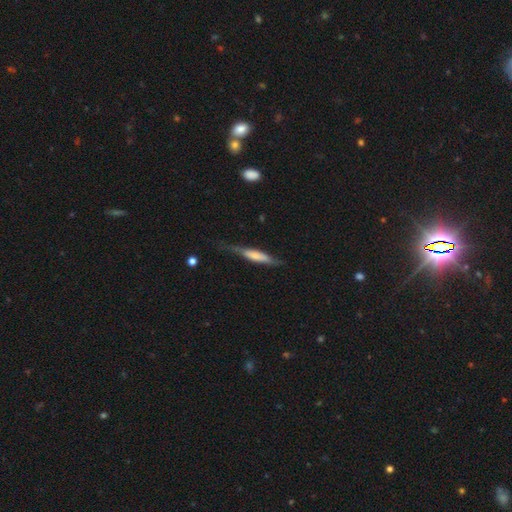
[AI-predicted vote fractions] A smooth galaxy with no disk features (52%) that is cigar-shaped (85%). Merging: none (64%).